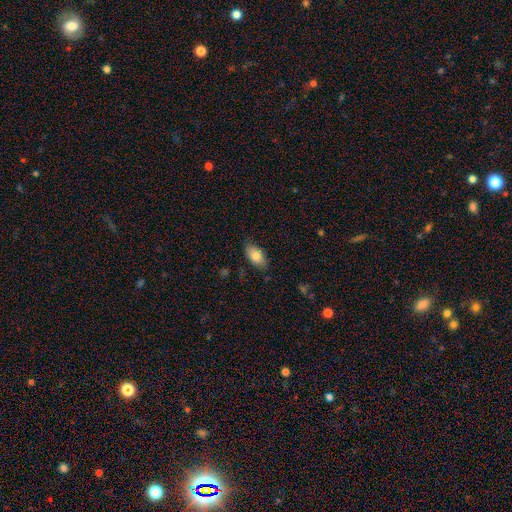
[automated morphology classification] smooth_or_featured: smooth (p=0.81) [alt: featured or disk p=0.12]
how_rounded: in between (p=0.92) [alt: round p=0.04]
merging: none (p=0.83) [alt: minor disturbance p=0.13]